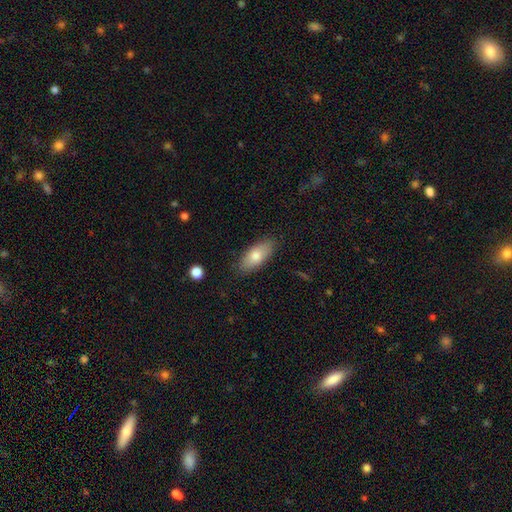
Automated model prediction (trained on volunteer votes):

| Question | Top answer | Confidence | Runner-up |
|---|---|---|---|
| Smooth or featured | smooth | 77% | featured or disk (17%) |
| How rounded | in between | 84% | cigar-shaped (13%) |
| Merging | none | 85% | minor disturbance (12%) |